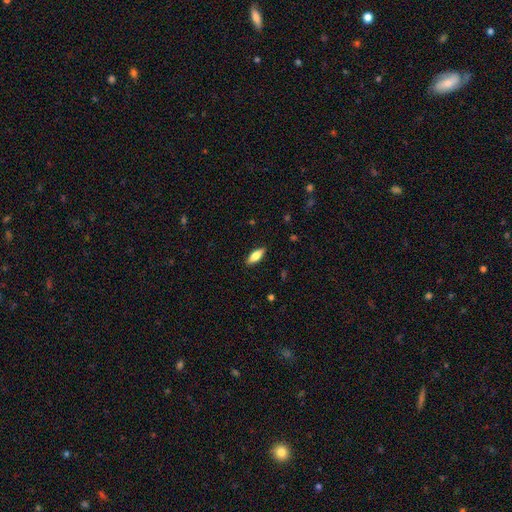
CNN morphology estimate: Q: Smooth or featured?
A: smooth (73%); runner-up: featured or disk (21%)
Q: How rounded?
A: in between (70%); runner-up: cigar-shaped (28%)
Q: Merging?
A: none (88%); runner-up: minor disturbance (9%)